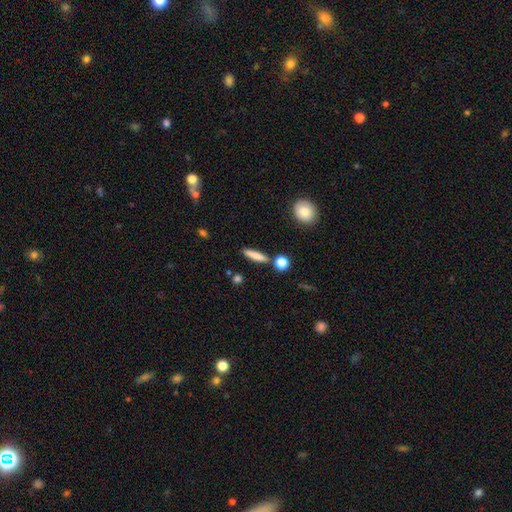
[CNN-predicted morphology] Smooth or featured? smooth (77%)
How rounded? cigar-shaped (80%)
Merging? none (83%)